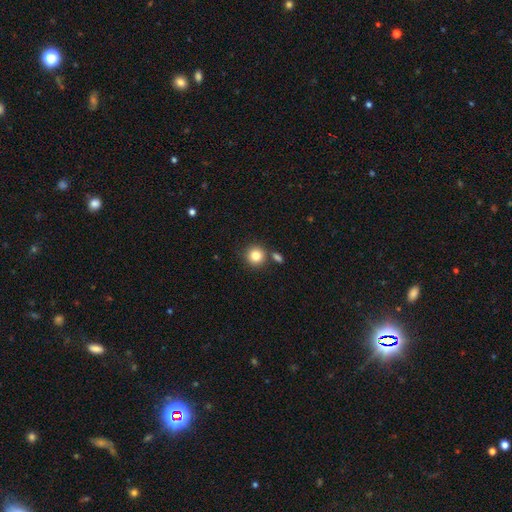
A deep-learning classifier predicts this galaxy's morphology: Smooth or featured? Predicted: smooth (p=0.82). How rounded? Predicted: round (p=0.92). Merging? Predicted: none (p=0.76).